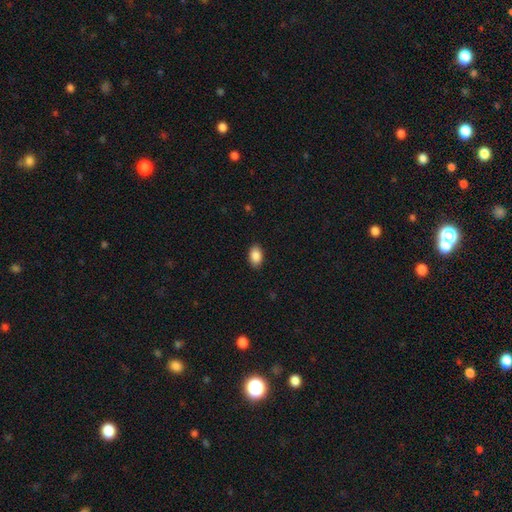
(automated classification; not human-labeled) This appears to be a smooth galaxy with no disk features (89%) that is in between round and cigar-shaped (91%). Merging: none (90%).